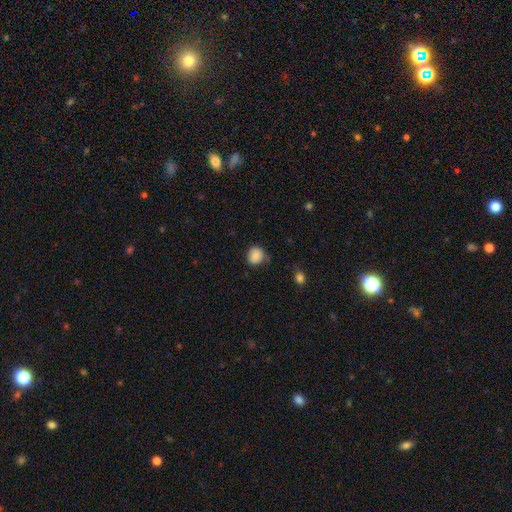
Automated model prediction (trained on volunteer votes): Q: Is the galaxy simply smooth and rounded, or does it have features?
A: smooth — 84%.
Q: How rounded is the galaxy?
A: round — 84%.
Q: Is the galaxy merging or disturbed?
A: none — 72%.